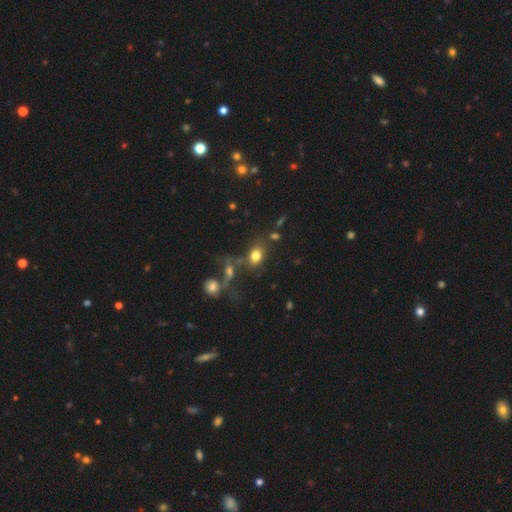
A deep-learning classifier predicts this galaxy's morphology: The model was most divided on "how rounded": in between: 69%, round: 30%, cigar-shaped: 2%. More confident: smooth or featured — smooth (77%); merging — none (59%).